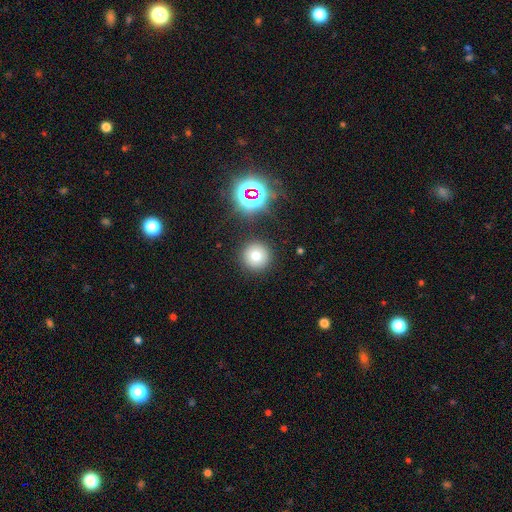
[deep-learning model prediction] smooth-or-featured: smooth: 71% | star or artifact: 18% | featured or disk: 10%
  how-rounded: round: 96% | in between: 3% | cigar-shaped: 1%
  merging: none: 90% | minor disturbance: 6% | major disturbance: 2% | merger: 2%